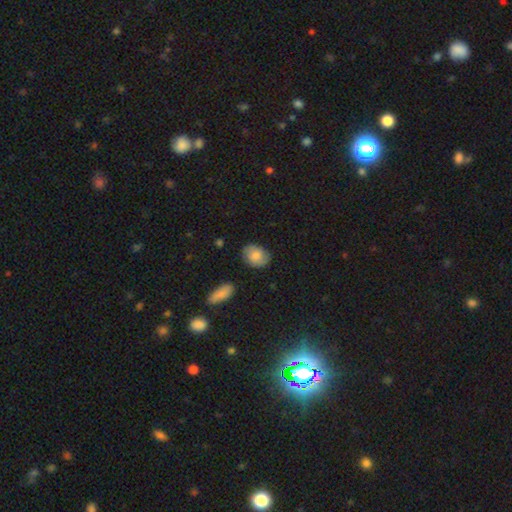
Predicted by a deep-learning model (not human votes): Q: Smooth or featured?
A: smooth (78%); runner-up: featured or disk (15%)
Q: How rounded?
A: in between (63%); runner-up: round (36%)
Q: Merging?
A: none (79%); runner-up: minor disturbance (17%)